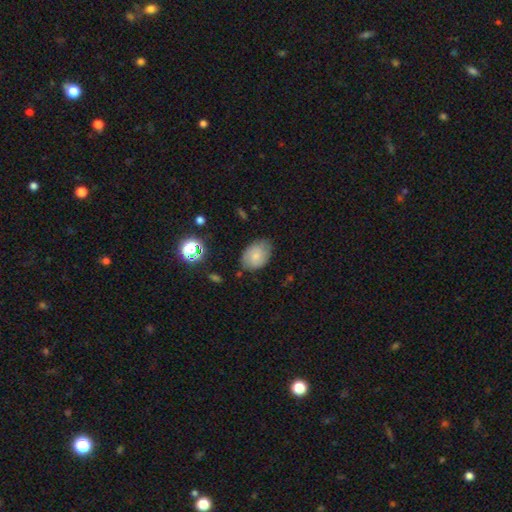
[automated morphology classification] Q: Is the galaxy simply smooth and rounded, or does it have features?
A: smooth — 70%.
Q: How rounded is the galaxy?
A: in between — 77%.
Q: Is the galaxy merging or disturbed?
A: none — 73%.